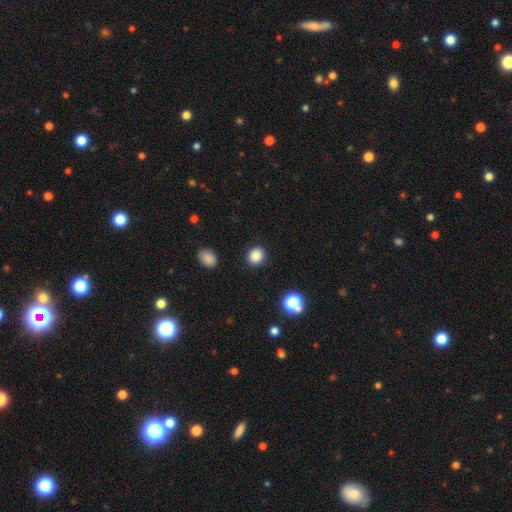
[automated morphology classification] smooth_or_featured: smooth (p=0.85) [alt: star or artifact p=0.11]
how_rounded: round (p=0.83) [alt: in between p=0.16]
merging: none (p=0.90) [alt: minor disturbance p=0.06]